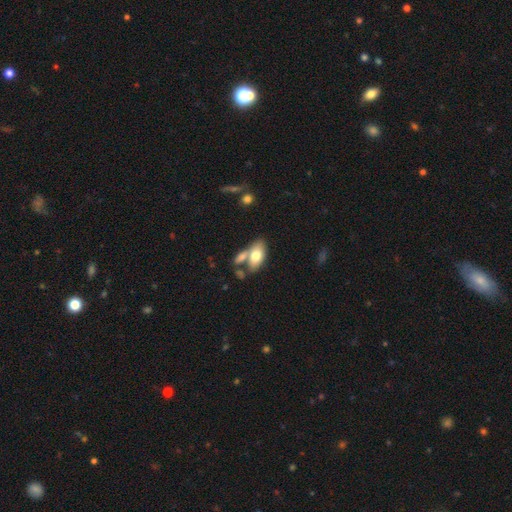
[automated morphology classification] smooth 72%, featured or disk 21%, star or artifact 6%. Down the decision tree: how rounded — in between (91%); merging — none (47%).